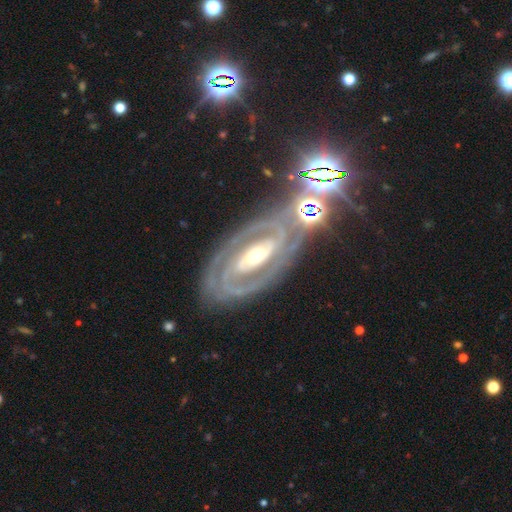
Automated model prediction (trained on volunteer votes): A featured or disk galaxy (90%) with a strong bar (42%), 2 (72%) tight (68%) spiral arms (96%) and a moderate central bulge (50%).

Vote fractions:
- Smooth or featured? featured or disk: 90% / star or artifact: 5% / smooth: 5%
- Edge-on disk? no: 96% / yes: 4%
- Bar? strong: 42% / no: 30% / weak: 28%
- Spiral arms? yes: 96% / no: 4%
- Spiral winding? tight: 68% / medium: 27% / loose: 5%
- Spiral arm count? 2: 72% / 3: 10% / can't tell: 8% / 1: 3% / 4: 3% / more than 4: 3%
- Bulge size? moderate: 50% / small: 43% / large: 4% / dominant: 1% / none: 1%
- Merging? none: 71% / minor disturbance: 15% / merger: 7% / major disturbance: 7%